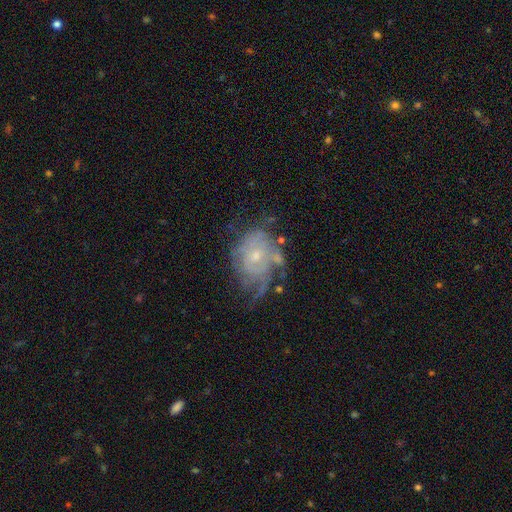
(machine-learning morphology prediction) featured or disk 73%, smooth 18%, star or artifact 9%. Down the decision tree: edge-on disk — no (97%); bar — no (72%); spiral arms — yes (76%); spiral arm count — can't tell (56%); spiral winding — tight (54%); bulge size — small (61%); merging — none (39%).